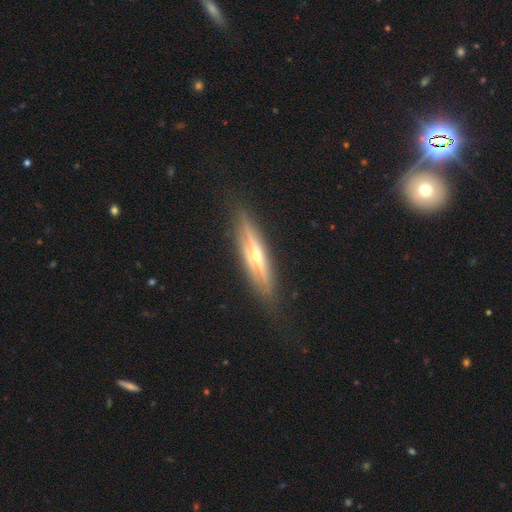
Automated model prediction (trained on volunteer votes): Smooth or featured: featured or disk — 75% (smooth — 19%)
Edge-on disk: yes — 94% (no — 6%)
Edge-on bulge: rounded — 83% (none — 13%)
Merging: none — 84% (minor disturbance — 12%)